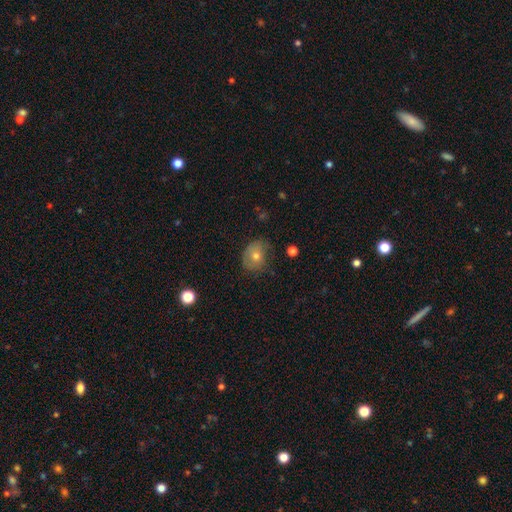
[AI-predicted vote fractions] A smooth galaxy with no disk features (59%) that is round (50%).

Vote fractions:
- Smooth or featured? smooth: 59% / featured or disk: 30% / star or artifact: 11%
- How rounded? round: 50% / in between: 49% / cigar-shaped: 1%
- Merging? none: 67% / minor disturbance: 24% / major disturbance: 7% / merger: 1%